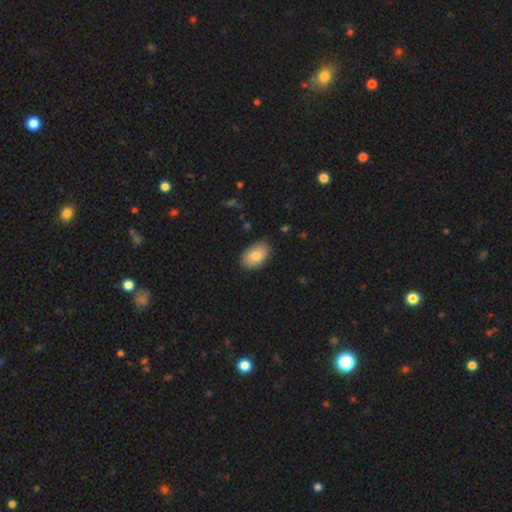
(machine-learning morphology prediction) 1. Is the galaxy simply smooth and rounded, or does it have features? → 81% smooth, 13% featured or disk, 7% star or artifact.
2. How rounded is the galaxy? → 89% in between, 10% round, 1% cigar-shaped.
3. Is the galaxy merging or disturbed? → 81% none, 16% minor disturbance, 3% major disturbance, 1% merger.